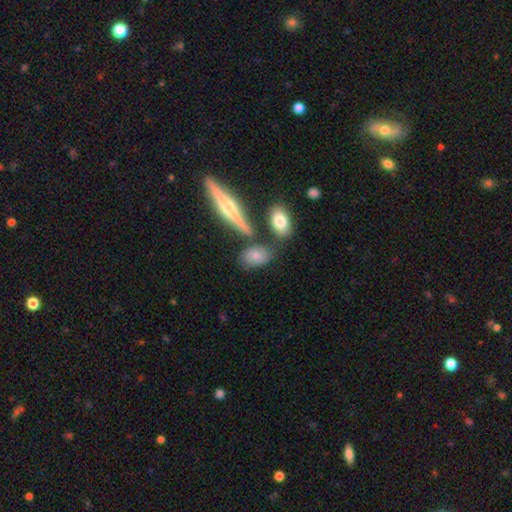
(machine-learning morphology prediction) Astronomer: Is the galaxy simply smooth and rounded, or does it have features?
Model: smooth — 57% (runner-up: featured or disk, 34%).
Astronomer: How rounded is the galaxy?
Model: in between — 78%.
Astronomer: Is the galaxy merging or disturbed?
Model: none — 61%.